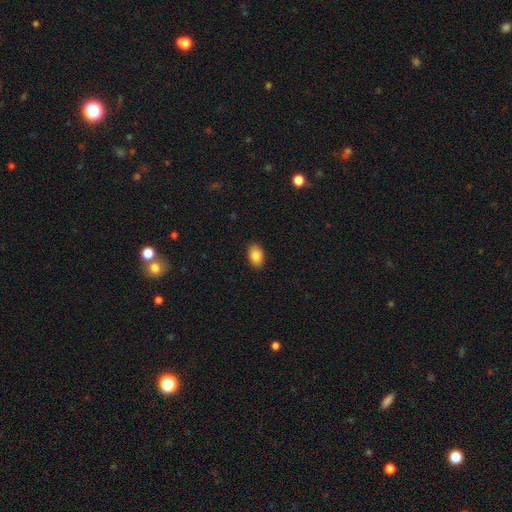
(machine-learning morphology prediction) This appears to be a smooth galaxy with no disk features (86%) that is in between round and cigar-shaped (85%). Merging: none (89%).